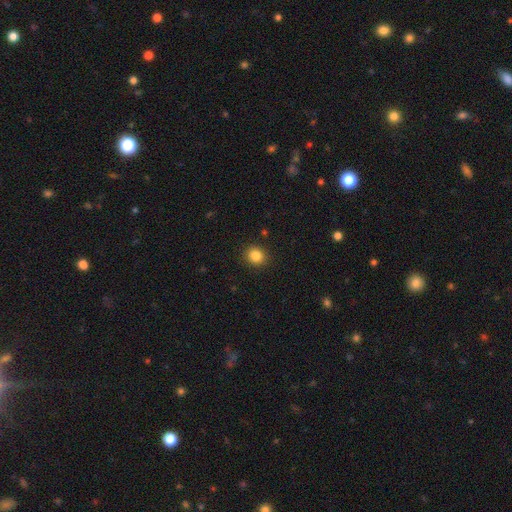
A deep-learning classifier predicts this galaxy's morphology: Overall: smooth (86%). How rounded: round (80%). Merging: none (90%).